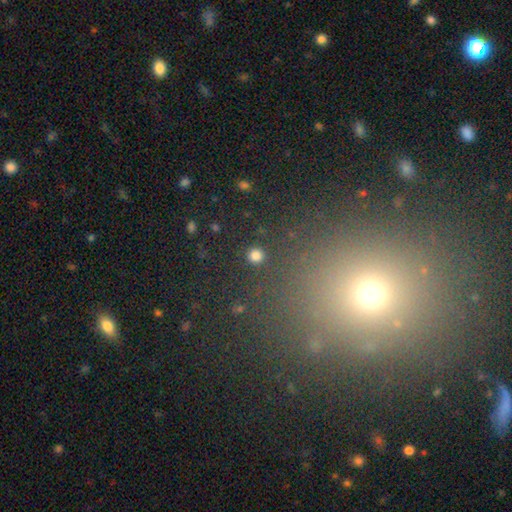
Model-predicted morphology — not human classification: The model was most divided on "smooth or featured": smooth: 82%, star or artifact: 14%, featured or disk: 4%. More confident: how rounded — round (95%); merging — none (91%).